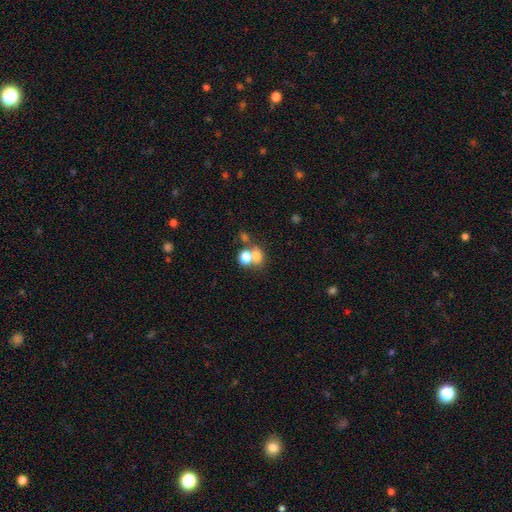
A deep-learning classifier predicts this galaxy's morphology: This appears to be a smooth galaxy with no disk features (71%) that is round (57%). Merging: merger (50%).